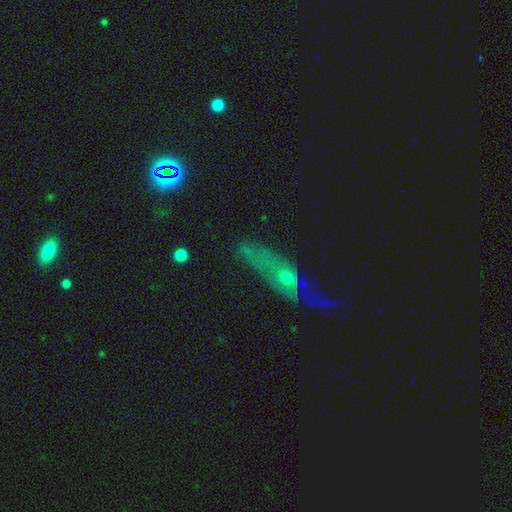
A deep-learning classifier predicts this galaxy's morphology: Overall: featured or disk (46%; smooth 31%). Merging: none (44%; major disturbance 26%).